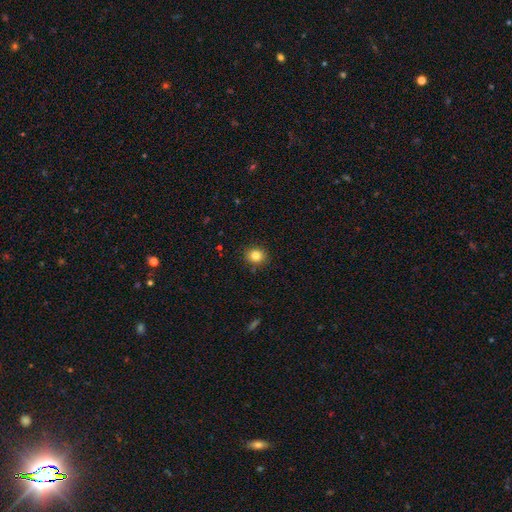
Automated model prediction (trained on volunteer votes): Smooth or featured?
  - smooth: 83% *
  - star or artifact: 11%
  - featured or disk: 6%
How rounded?
  - round: 73% *
  - in between: 26%
  - cigar-shaped: 1%
Merging?
  - none: 88% *
  - minor disturbance: 8%
  - major disturbance: 2%
  - merger: 1%